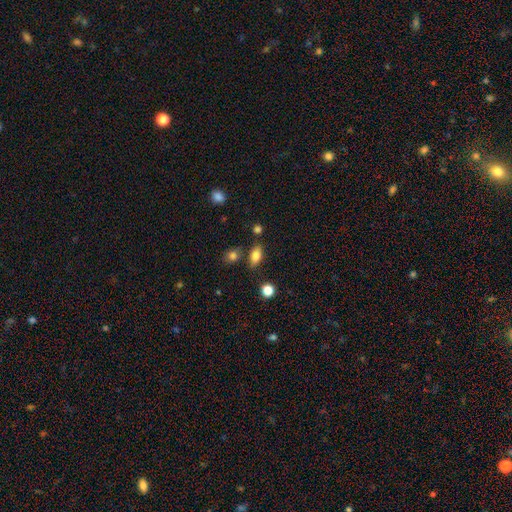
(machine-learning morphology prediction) type=smooth (82%); roundness=in between (85%); merging=none (77%).